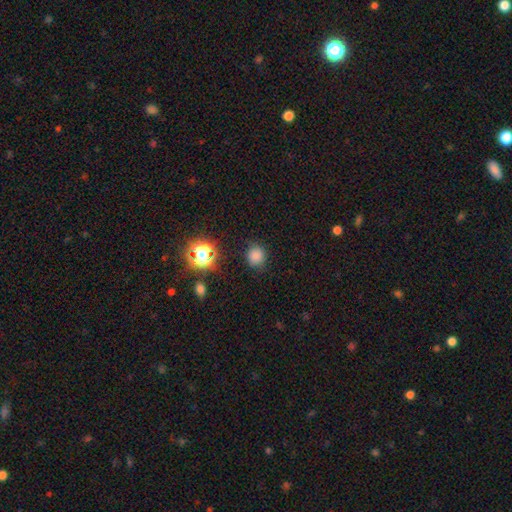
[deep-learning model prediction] Smooth or featured: smooth — 77% (star or artifact — 18%)
How rounded: round — 85% (in between — 14%)
Merging: none — 83% (minor disturbance — 11%)